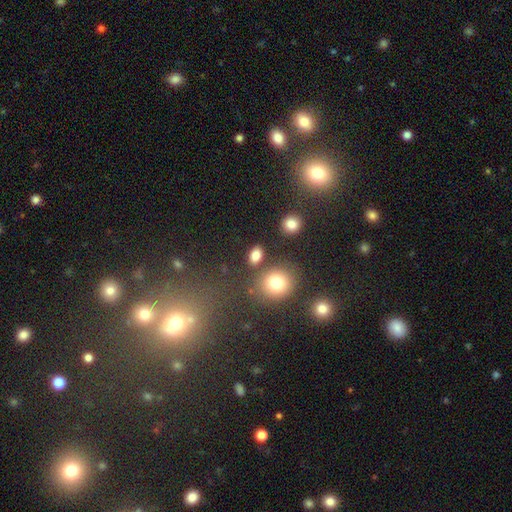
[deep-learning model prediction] smooth-or-featured: smooth: 82% | star or artifact: 11% | featured or disk: 7%
  how-rounded: in between: 74% | round: 23% | cigar-shaped: 2%
  merging: none: 79% | minor disturbance: 10% | merger: 8% | major disturbance: 4%